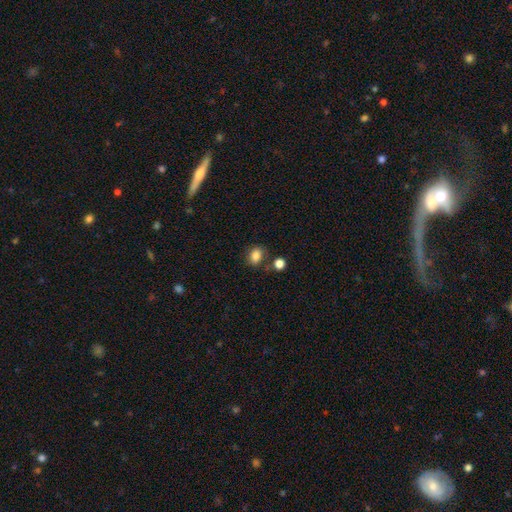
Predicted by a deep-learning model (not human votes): Smooth or featured?
  - smooth: 84% *
  - star or artifact: 10%
  - featured or disk: 5%
How rounded?
  - in between: 61% *
  - round: 38%
  - cigar-shaped: 1%
Merging?
  - none: 72% *
  - minor disturbance: 14%
  - merger: 10%
  - major disturbance: 4%